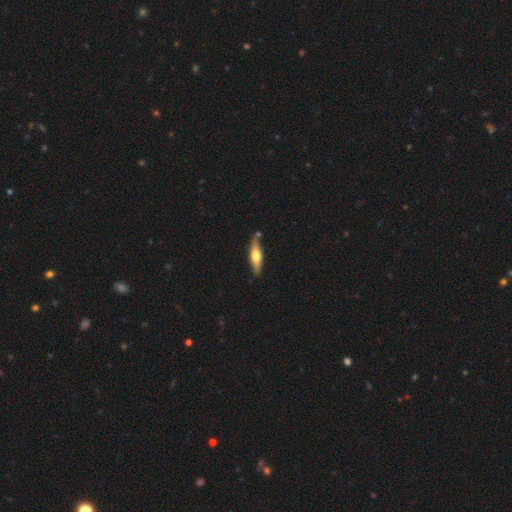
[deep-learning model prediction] Smooth or featured: smooth — 48% (featured or disk — 47%)
Merging: none — 80% (minor disturbance — 13%)